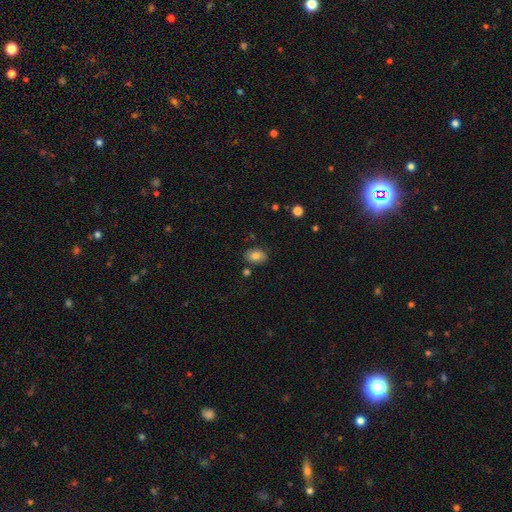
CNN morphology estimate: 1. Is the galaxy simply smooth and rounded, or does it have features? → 80% smooth, 11% featured or disk, 9% star or artifact.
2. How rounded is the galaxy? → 83% in between, 15% round, 1% cigar-shaped.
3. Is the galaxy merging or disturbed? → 78% none, 14% minor disturbance, 5% merger, 3% major disturbance.